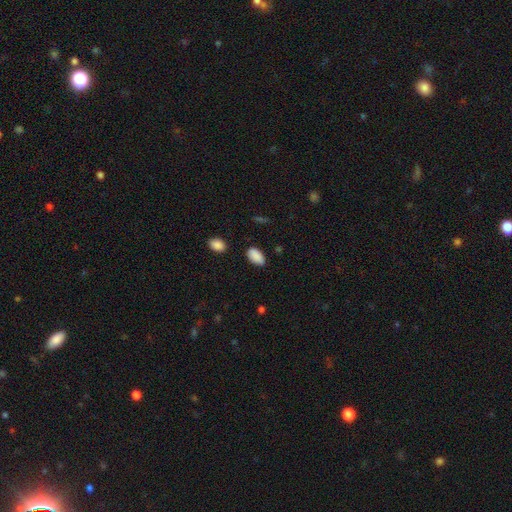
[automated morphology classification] Smooth or featured: smooth — 89% (star or artifact — 7%)
How rounded: in between — 94% (round — 3%)
Merging: none — 83% (minor disturbance — 12%)